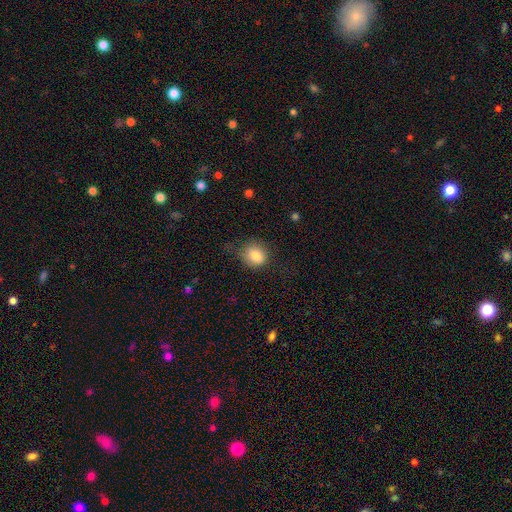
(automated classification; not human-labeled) The model was most divided on "merging": none: 65%, minor disturbance: 24%, major disturbance: 9%, merger: 1%. More confident: smooth or featured — smooth (82%); how rounded — round (70%).